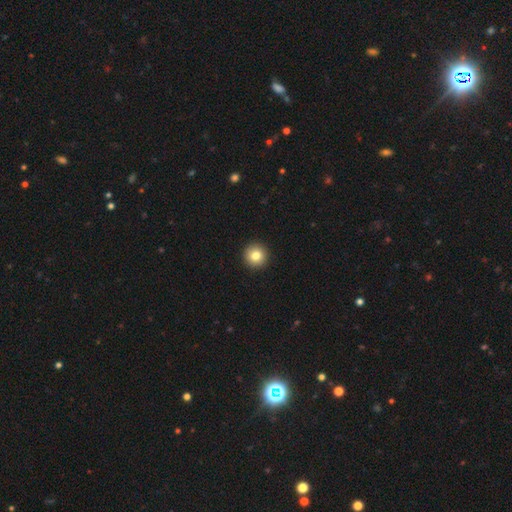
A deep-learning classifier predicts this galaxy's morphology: A smooth galaxy with no disk features (82%) that is round (96%). Merging: none (94%).